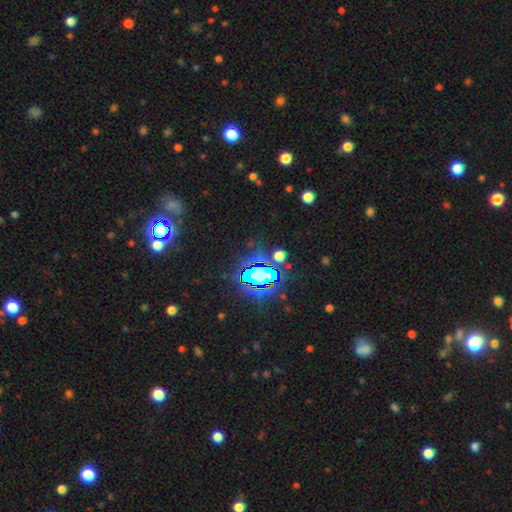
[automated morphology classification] Smooth or featured? star or artifact (82%)